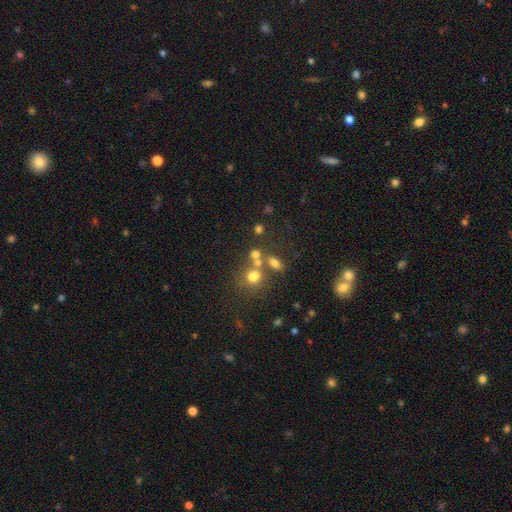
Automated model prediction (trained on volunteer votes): This appears to be a smooth galaxy with no disk features (53%) that is round (75%). Merging: none (52%).